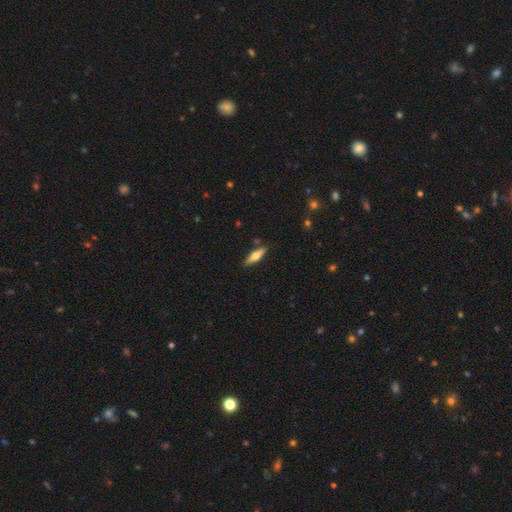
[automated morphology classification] This appears to be a smooth galaxy with no disk features (57%) that is cigar-shaped (62%). Merging: none (86%).